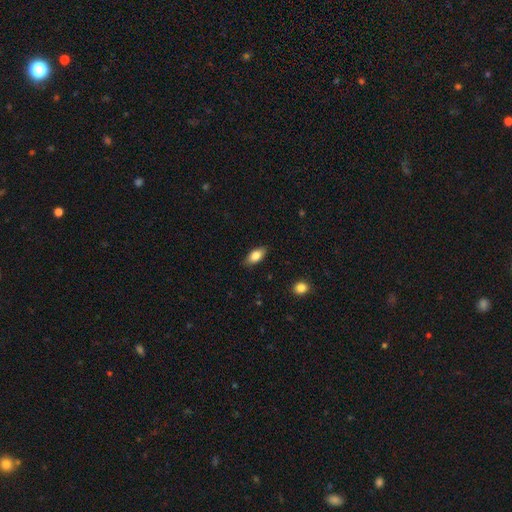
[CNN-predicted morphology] This appears to be a smooth galaxy with no disk features (79%) that is in between round and cigar-shaped (88%). Merging: none (86%).